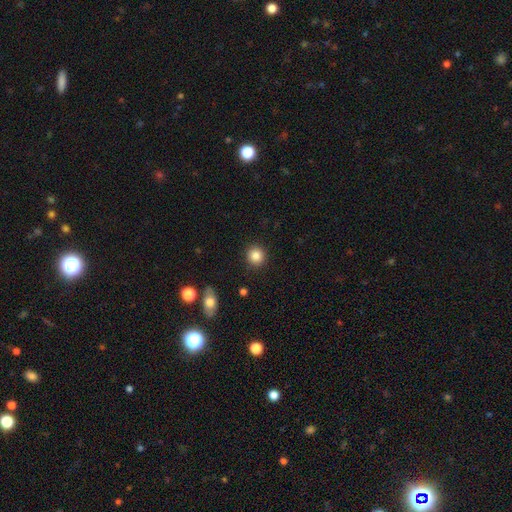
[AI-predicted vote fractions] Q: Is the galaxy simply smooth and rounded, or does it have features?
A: smooth — 85%.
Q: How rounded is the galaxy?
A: round — 92%.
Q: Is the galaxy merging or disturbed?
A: none — 91%.